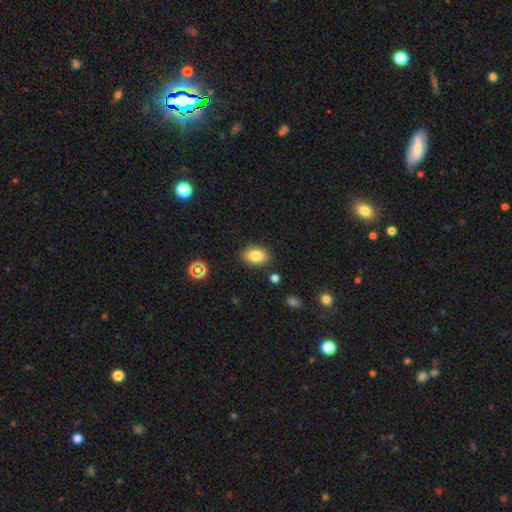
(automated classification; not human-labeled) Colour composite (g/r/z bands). It shows a smooth galaxy with no disk features (83%) that is in between round and cigar-shaped (79%). Merging: none (86%).